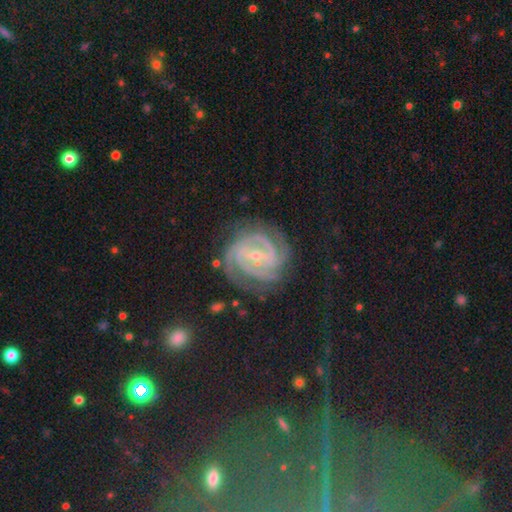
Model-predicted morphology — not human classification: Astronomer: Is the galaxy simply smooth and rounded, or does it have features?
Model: featured or disk — 83%.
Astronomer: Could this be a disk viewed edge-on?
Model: no — 98%.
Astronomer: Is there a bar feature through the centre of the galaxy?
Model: weak — 43% (runner-up: strong, 32%).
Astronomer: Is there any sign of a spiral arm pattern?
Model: yes — 98%.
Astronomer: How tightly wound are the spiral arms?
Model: tight — 74%.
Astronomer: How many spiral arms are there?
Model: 3 — 29% (runner-up: 2, 23%).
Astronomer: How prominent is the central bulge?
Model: small — 75%.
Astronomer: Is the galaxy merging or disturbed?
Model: none — 77%.